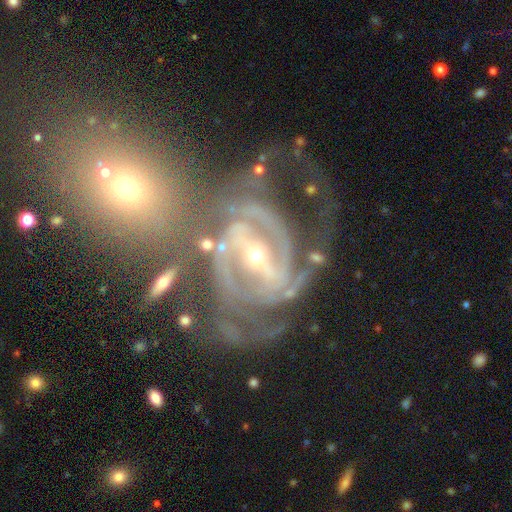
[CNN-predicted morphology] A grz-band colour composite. It shows a featured or disk galaxy (91%) with a strong bar (58%), 2 (45%) tight (51%) spiral arms (97%) and a small central bulge (78%). Merging: none (40%).